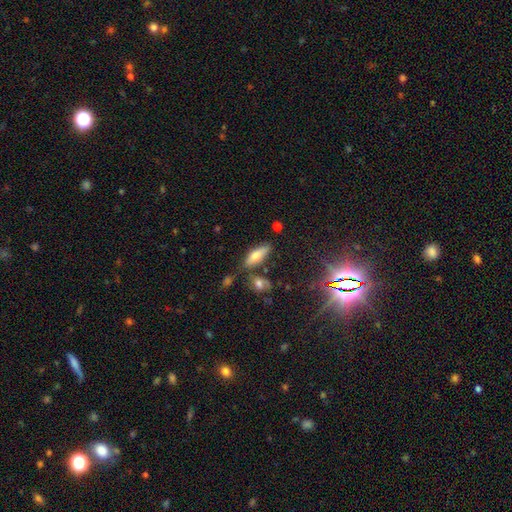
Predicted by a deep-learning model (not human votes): smooth_or_featured: smooth (p=0.69) [alt: featured or disk p=0.22]
how_rounded: in between (p=0.62) [alt: cigar-shaped p=0.35]
merging: none (p=0.69) [alt: minor disturbance p=0.15]